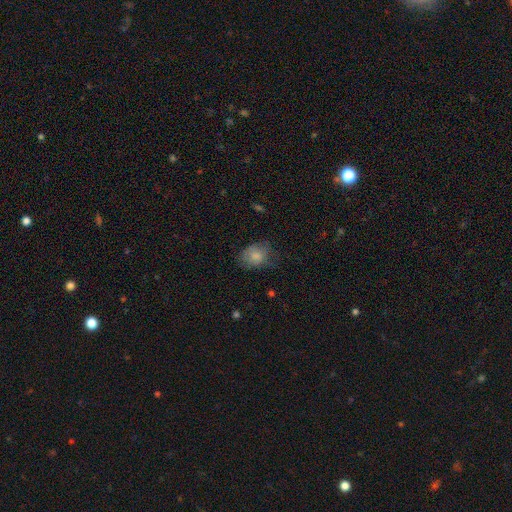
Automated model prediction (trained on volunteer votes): smooth_or_featured: smooth (p=0.76) [alt: featured or disk p=0.15]
how_rounded: in between (p=0.65) [alt: round p=0.34]
merging: none (p=0.54) [alt: minor disturbance p=0.30]